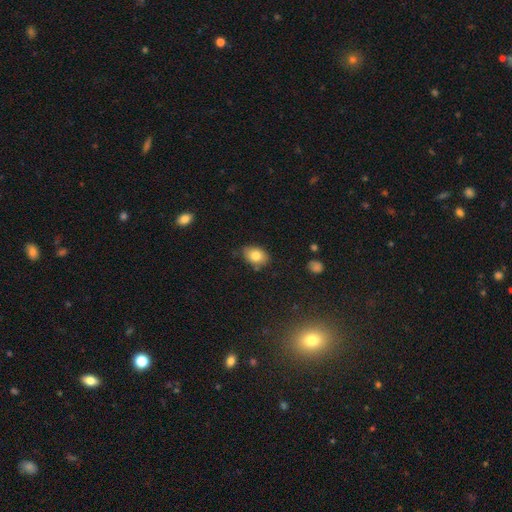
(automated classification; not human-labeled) This appears to be a smooth galaxy with no disk features (80%) that is in between round and cigar-shaped (78%). Merging: none (76%).